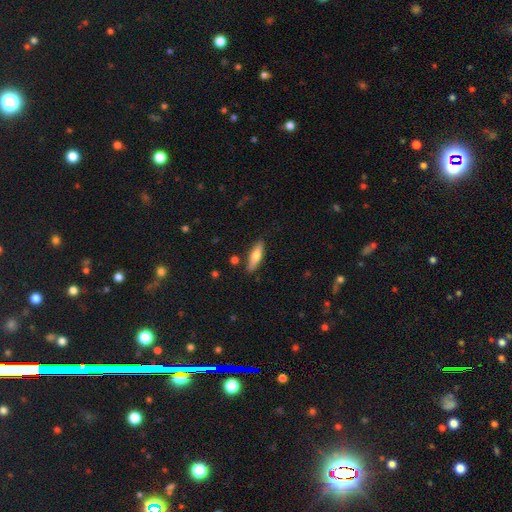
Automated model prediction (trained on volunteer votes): Smooth or featured? Predicted: smooth (p=0.65). How rounded? Predicted: cigar-shaped (p=0.59). Merging? Predicted: none (p=0.84).